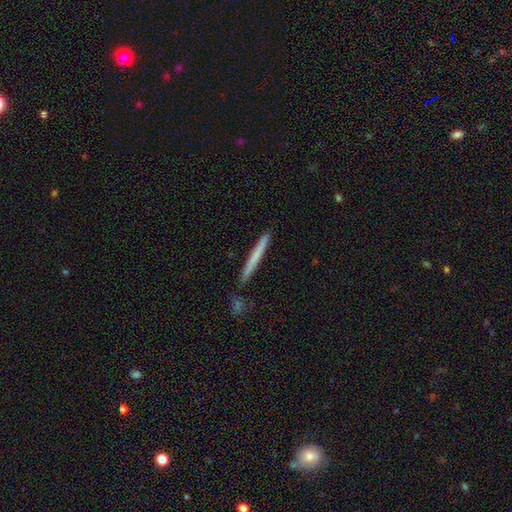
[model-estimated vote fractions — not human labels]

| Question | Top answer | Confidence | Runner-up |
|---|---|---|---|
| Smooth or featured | smooth | 62% | featured or disk (32%) |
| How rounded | cigar-shaped | 97% | in between (2%) |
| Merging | none | 88% | minor disturbance (8%) |